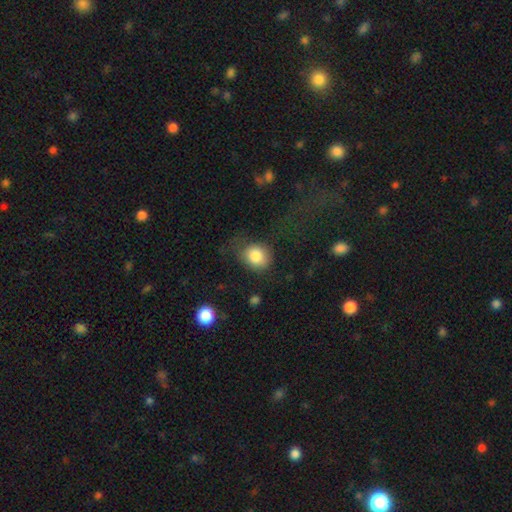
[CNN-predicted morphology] Overall: smooth (83%). How rounded: round (69%; in between 30%). Merging: none (56%; minor disturbance 24%).